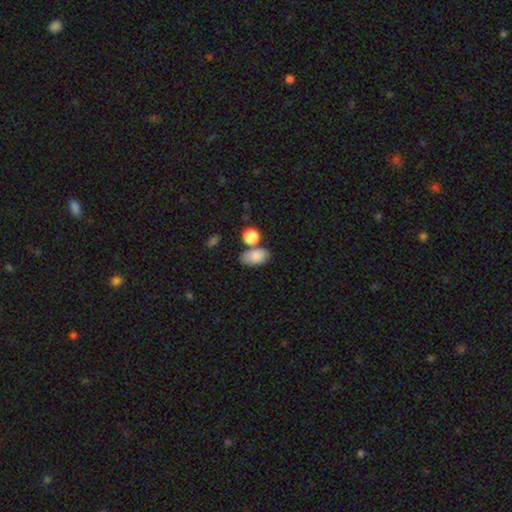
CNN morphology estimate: A smooth galaxy with no disk features (84%) that is in between round and cigar-shaped (88%). Merging: none (57%).